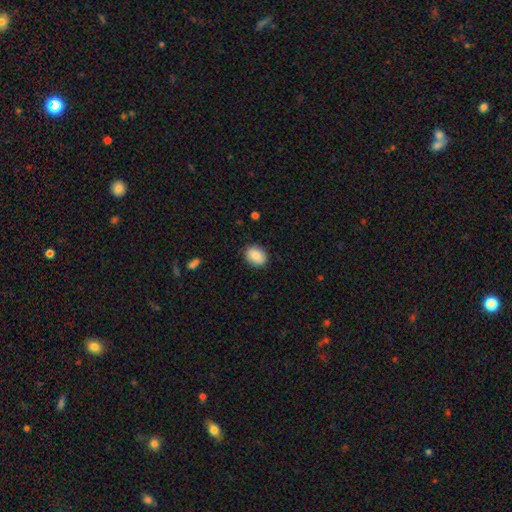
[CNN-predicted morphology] Smooth or featured? smooth (87%)
How rounded? in between (60%)
Merging? none (87%)